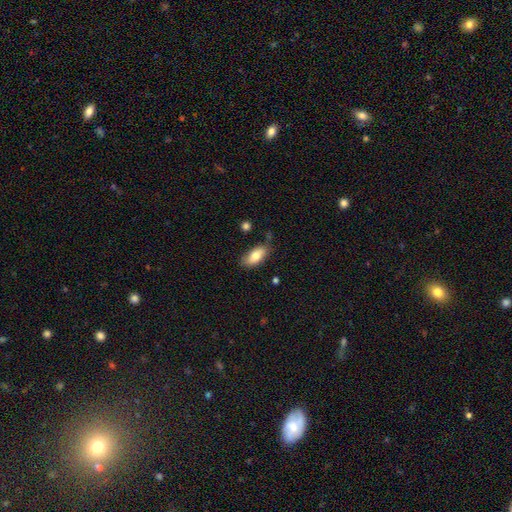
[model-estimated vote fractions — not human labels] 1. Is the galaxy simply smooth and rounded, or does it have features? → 79% smooth, 14% featured or disk, 7% star or artifact.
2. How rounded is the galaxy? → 87% in between, 10% cigar-shaped, 3% round.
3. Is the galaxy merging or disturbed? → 75% none, 18% minor disturbance, 3% major disturbance, 3% merger.